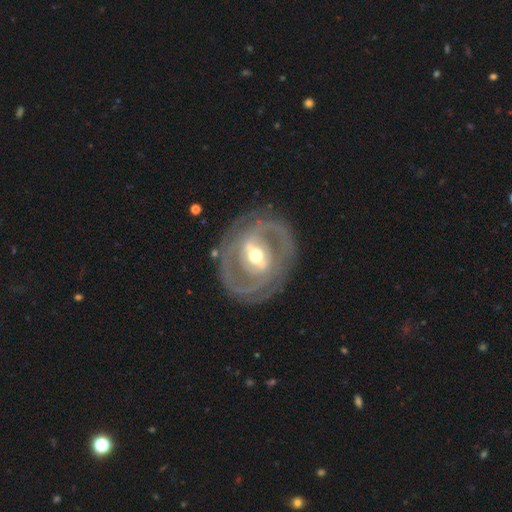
Overall: featured or disk (85%). Edge-on disk: no (94%). Bar: strong (52%; weak 35%). Spiral arms: yes (87%). Spiral arm count: 2 (56%; can't tell 22%). Spiral winding: tight (56%; medium 30%). Bulge size: moderate (68%). Merging: none (81%).